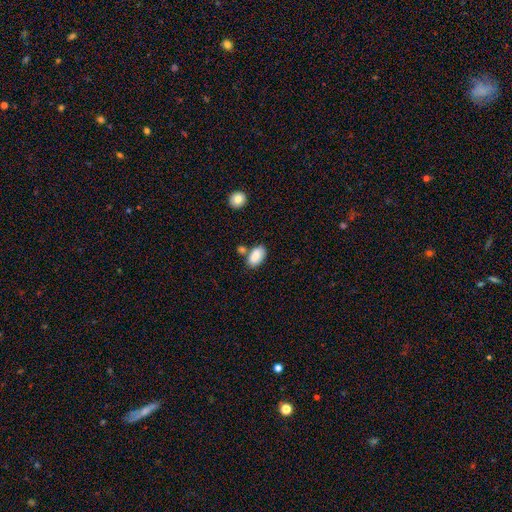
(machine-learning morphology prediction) This is clearly a smooth galaxy (86%). How rounded: clearly in between (93%). Merging: likely none (62%).